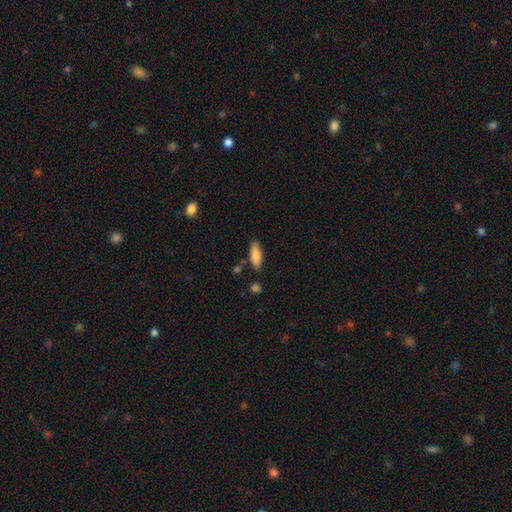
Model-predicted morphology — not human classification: Smooth or featured? smooth (80%)
How rounded? in between (62%)
Merging? none (82%)